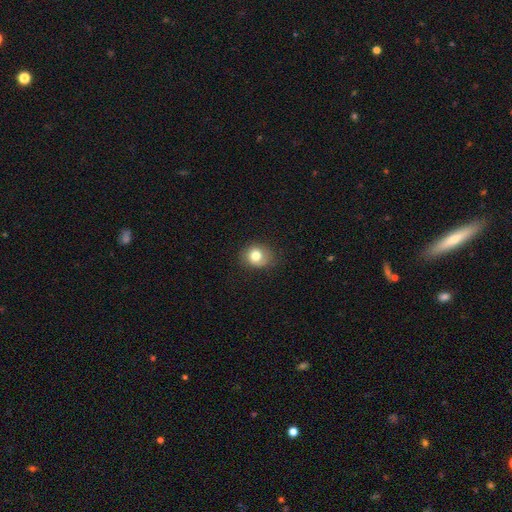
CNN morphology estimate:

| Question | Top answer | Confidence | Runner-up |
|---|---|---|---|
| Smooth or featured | smooth | 78% | featured or disk (12%) |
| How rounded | round | 72% | in between (27%) |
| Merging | none | 74% | minor disturbance (20%) |